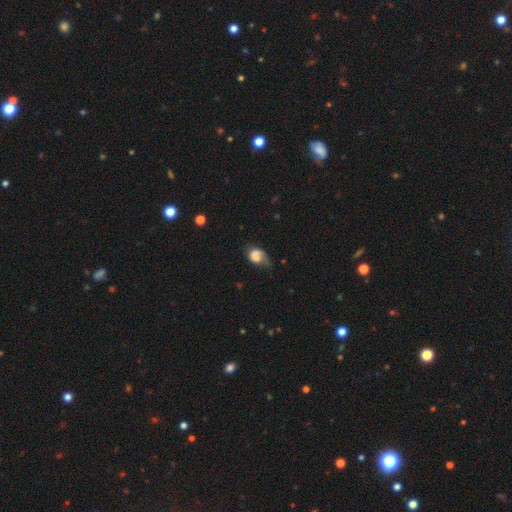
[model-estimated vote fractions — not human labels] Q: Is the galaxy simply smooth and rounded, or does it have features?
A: smooth — 56%.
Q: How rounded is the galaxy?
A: in between — 69%.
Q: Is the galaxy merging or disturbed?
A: major disturbance — 37%.